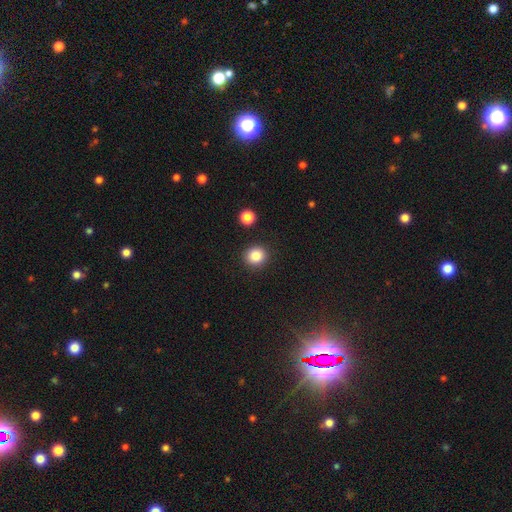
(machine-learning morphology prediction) The model was most divided on "how rounded": round: 86%, in between: 13%, cigar-shaped: 1%. More confident: merging — none (90%); smooth or featured — smooth (86%).